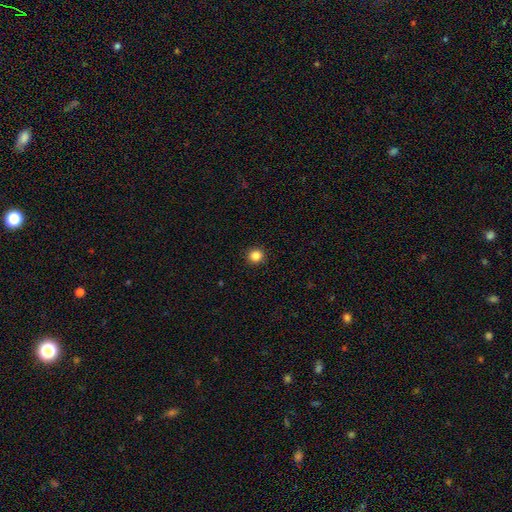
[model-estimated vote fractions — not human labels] Smooth or featured? Predicted: smooth (p=0.86). How rounded? Predicted: round (p=0.91). Merging? Predicted: none (p=0.92).